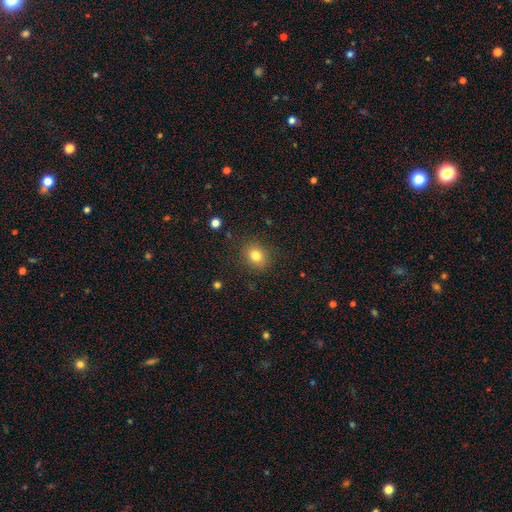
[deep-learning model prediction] Smooth or featured?
  - smooth: 81% *
  - star or artifact: 12%
  - featured or disk: 8%
How rounded?
  - round: 64% *
  - in between: 35%
  - cigar-shaped: 1%
Merging?
  - none: 87% *
  - minor disturbance: 9%
  - major disturbance: 3%
  - merger: 1%